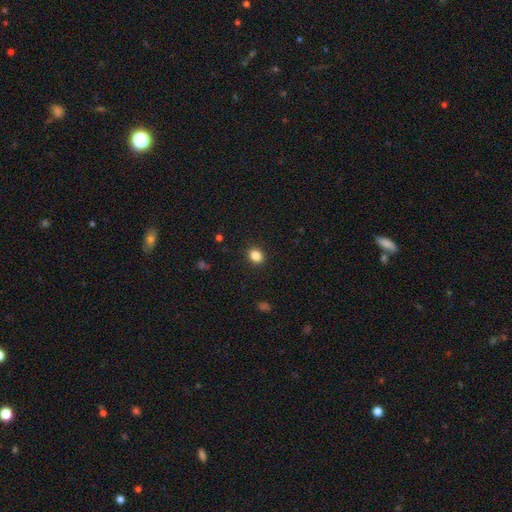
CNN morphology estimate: Smooth or featured: smooth — 85% (star or artifact — 11%)
How rounded: round — 54% (in between — 45%)
Merging: none — 90% (minor disturbance — 7%)